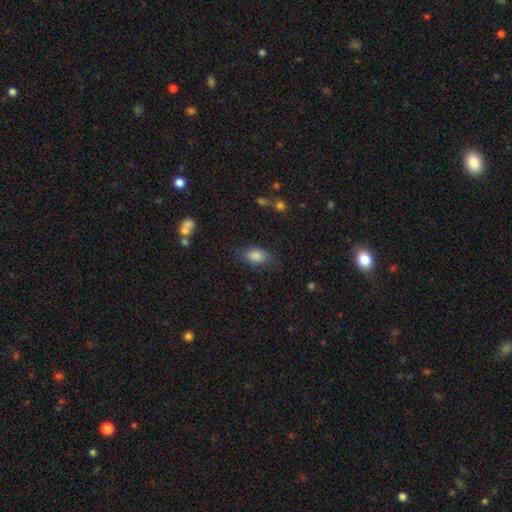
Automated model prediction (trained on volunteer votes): smooth_or_featured: smooth (p=0.84) [alt: star or artifact p=0.09]
how_rounded: in between (p=0.86) [alt: round p=0.11]
merging: none (p=0.76) [alt: minor disturbance p=0.17]